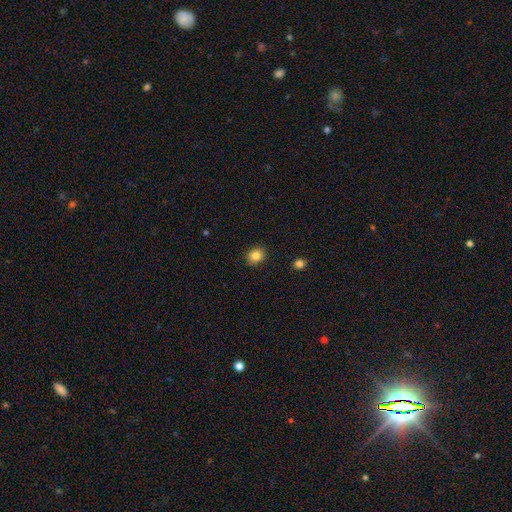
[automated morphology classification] smooth-or-featured: smooth: 83% | star or artifact: 10% | featured or disk: 7%
  how-rounded: round: 64% | in between: 35% | cigar-shaped: 1%
  merging: none: 89% | minor disturbance: 8% | major disturbance: 2% | merger: 1%